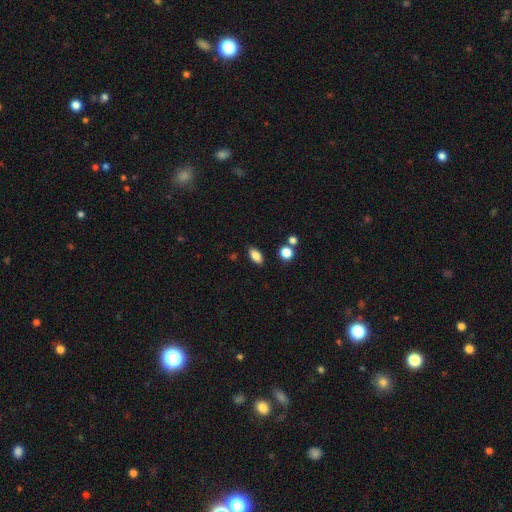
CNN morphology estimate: This is clearly a smooth galaxy (84%). How rounded: clearly in between (88%). Merging: clearly none (85%).